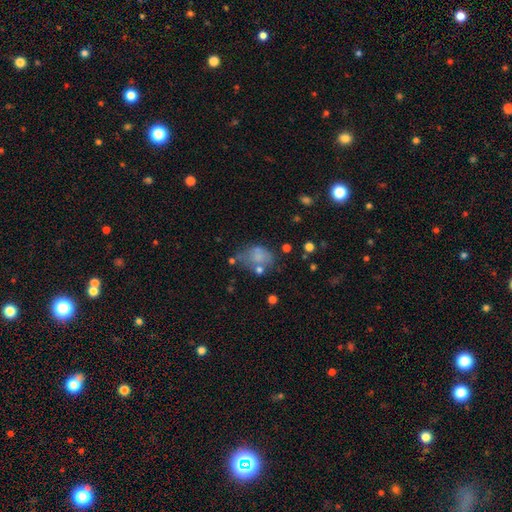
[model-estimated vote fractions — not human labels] A smooth galaxy with no disk features (64%) that is in between round and cigar-shaped (69%). Merging: none (36%).